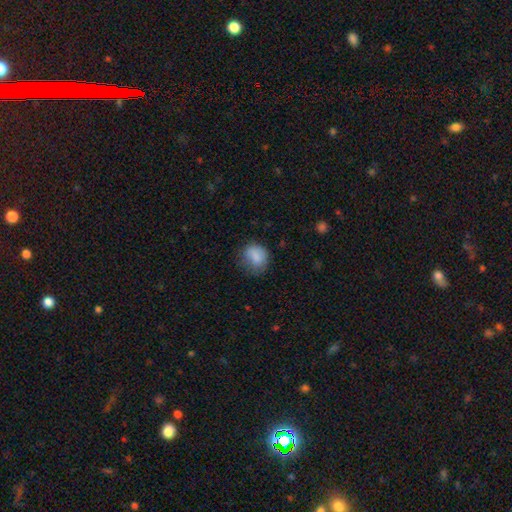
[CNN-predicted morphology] Overall: smooth (83%). How rounded: round (61%; in between 38%). Merging: none (59%; minor disturbance 27%).